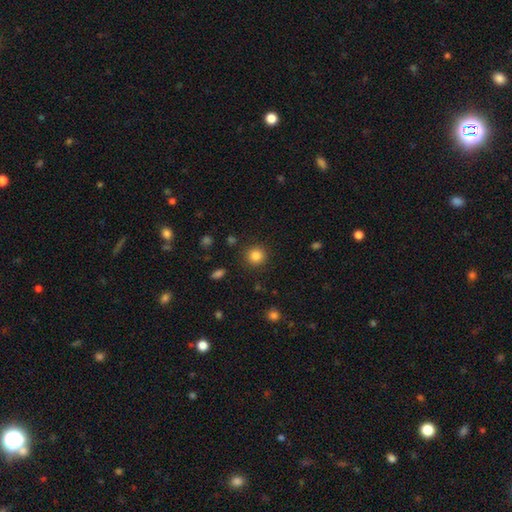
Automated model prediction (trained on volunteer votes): The model was most divided on "smooth or featured": smooth: 85%, star or artifact: 11%, featured or disk: 4%. More confident: how rounded — round (92%); merging — none (89%).